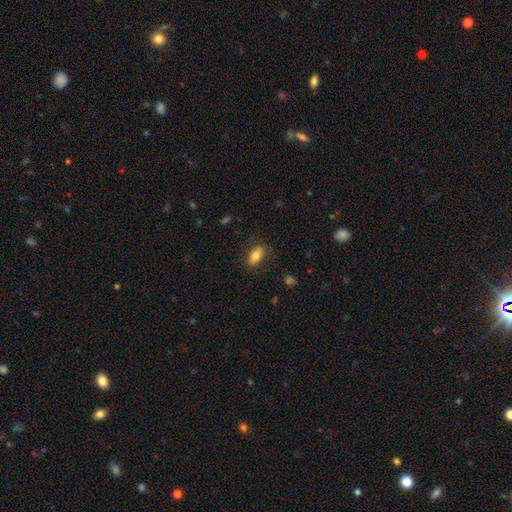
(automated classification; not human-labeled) This is likely a smooth galaxy (75%). How rounded: clearly in between (83%). Merging: clearly none (81%).